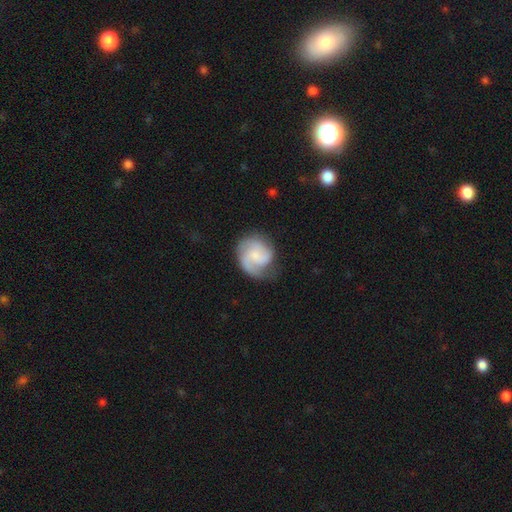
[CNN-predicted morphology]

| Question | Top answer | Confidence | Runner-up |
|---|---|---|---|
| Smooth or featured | featured or disk | 70% | smooth (24%) |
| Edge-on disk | no | 98% | yes (2%) |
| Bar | no | 59% | weak (36%) |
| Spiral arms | yes | 95% | no (5%) |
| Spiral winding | medium | 47% | tight (33%) |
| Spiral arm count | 2 | 43% | 3 (26%) |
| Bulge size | small | 49% | moderate (23%) |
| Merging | none | 62% | minor disturbance (22%) |